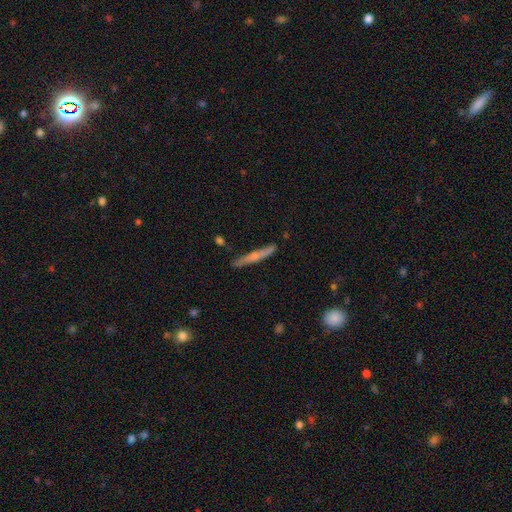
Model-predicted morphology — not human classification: The model was most divided on "smooth or featured": featured or disk: 54%, smooth: 39%, star or artifact: 6%. More confident: edge-on disk — yes (95%); merging — none (84%); edge-on bulge — rounded (64%).